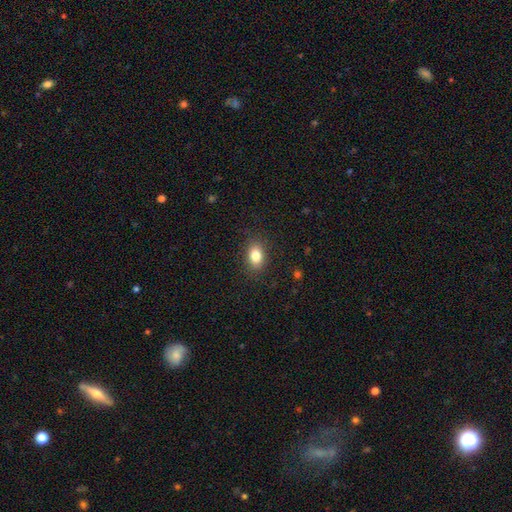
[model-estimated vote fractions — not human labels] Smooth or featured? smooth (83%)
How rounded? in between (78%)
Merging? none (86%)